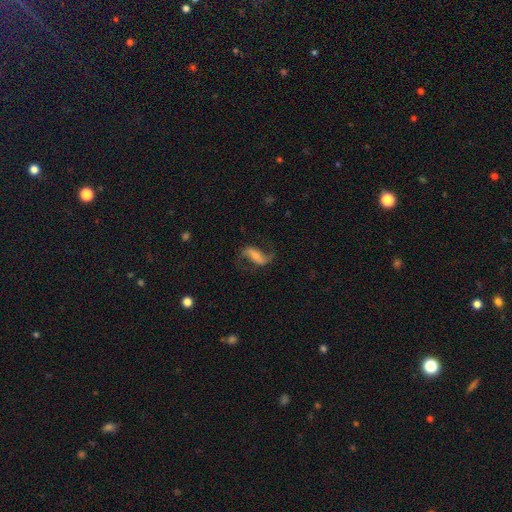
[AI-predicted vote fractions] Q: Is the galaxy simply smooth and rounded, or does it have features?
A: featured or disk — 80%.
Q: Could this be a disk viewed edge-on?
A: no — 94%.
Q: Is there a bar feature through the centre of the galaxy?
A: strong — 41%.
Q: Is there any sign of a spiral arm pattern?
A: yes — 94%.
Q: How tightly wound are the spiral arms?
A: loose — 68%.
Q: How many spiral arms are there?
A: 2 — 92%.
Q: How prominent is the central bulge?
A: small — 50%.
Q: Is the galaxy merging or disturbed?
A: none — 74%.